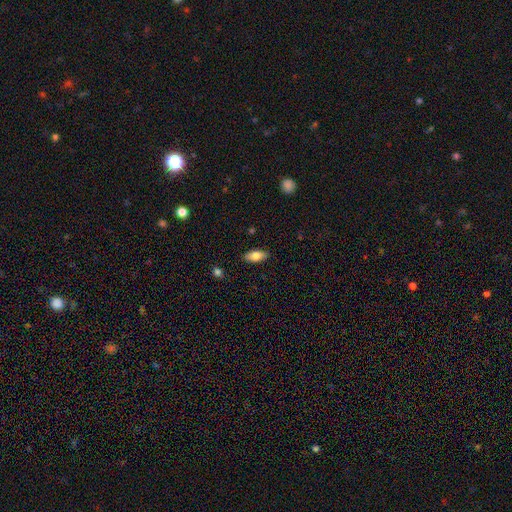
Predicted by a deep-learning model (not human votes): Smooth or featured?
  - smooth: 81% *
  - featured or disk: 12%
  - star or artifact: 7%
How rounded?
  - in between: 89% *
  - cigar-shaped: 9%
  - round: 3%
Merging?
  - none: 87% *
  - minor disturbance: 10%
  - major disturbance: 2%
  - merger: 1%